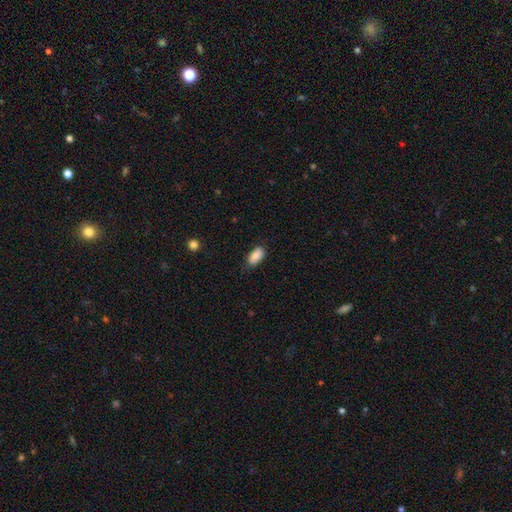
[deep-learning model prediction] Smooth or featured? smooth (86%)
How rounded? in between (93%)
Merging? none (74%)